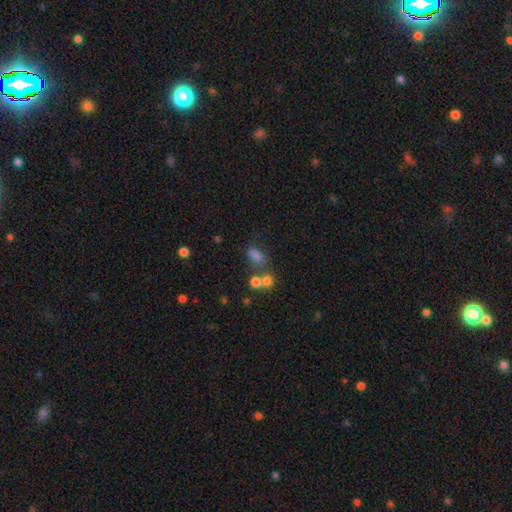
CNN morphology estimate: The model was most divided on "merging": none: 46%, merger: 28%, minor disturbance: 16%, major disturbance: 10%. More confident: how rounded — in between (75%); smooth or featured — smooth (73%).